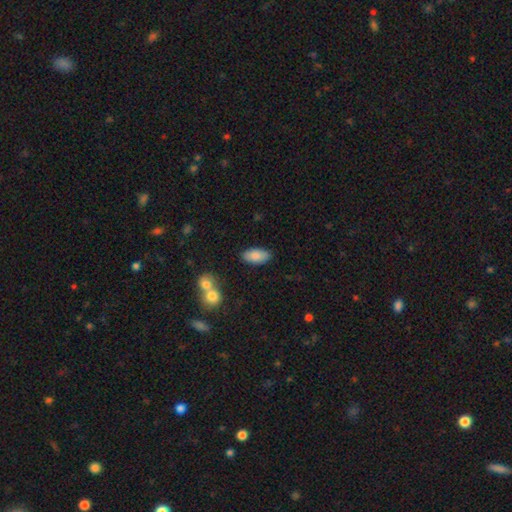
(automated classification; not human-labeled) Smooth or featured: smooth — 85% (featured or disk — 8%)
How rounded: in between — 91% (cigar-shaped — 7%)
Merging: none — 84% (minor disturbance — 10%)